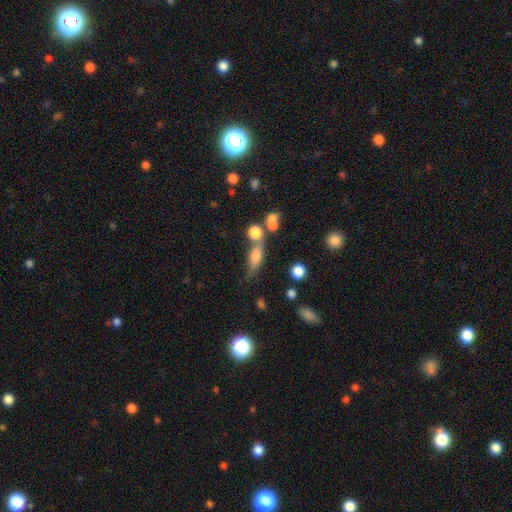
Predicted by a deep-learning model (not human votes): This is likely a smooth galaxy (67%). How rounded: possibly in between (55%). Merging: possibly none (48%).